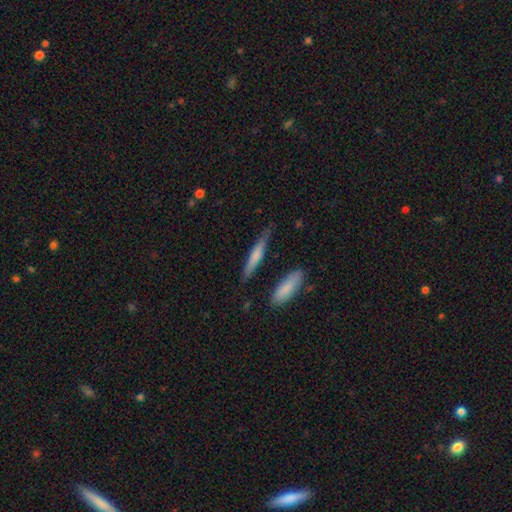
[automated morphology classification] A smooth galaxy with no disk features (58%) that is cigar-shaped (89%).

Vote fractions:
- Smooth or featured? smooth: 58% / featured or disk: 37% / star or artifact: 6%
- How rounded? cigar-shaped: 89% / in between: 9% / round: 2%
- Merging? none: 79% / minor disturbance: 14% / merger: 3% / major disturbance: 3%